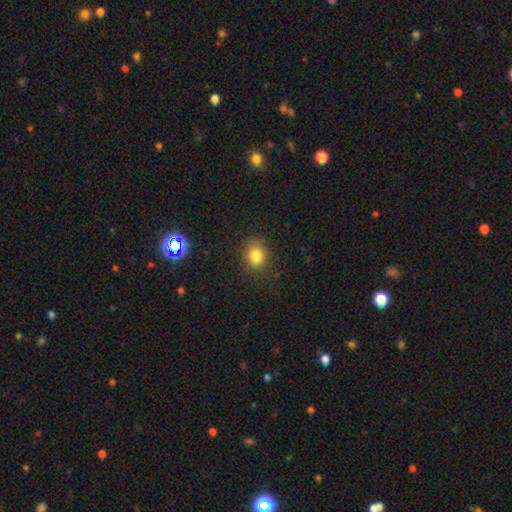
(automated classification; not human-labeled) Smooth or featured? smooth (81%)
How rounded? round (54%)
Merging? none (81%)